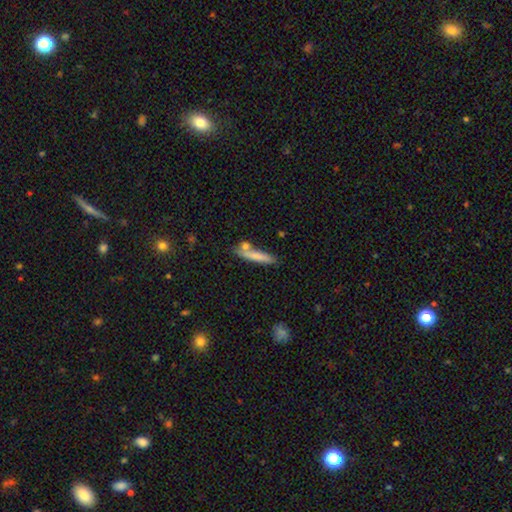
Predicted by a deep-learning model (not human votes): A smooth galaxy with no disk features (75%) that is cigar-shaped (88%).

Vote fractions:
- Smooth or featured? smooth: 75% / featured or disk: 18% / star or artifact: 7%
- How rounded? cigar-shaped: 88% / in between: 10% / round: 2%
- Merging? none: 68% / merger: 14% / minor disturbance: 14% / major disturbance: 4%